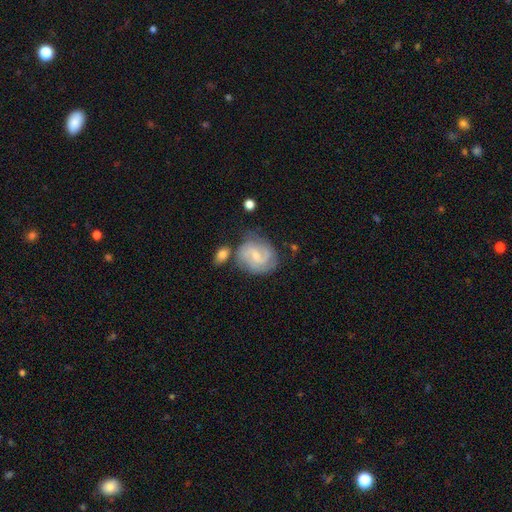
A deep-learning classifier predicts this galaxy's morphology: This is likely a featured or disk galaxy (75%). It is clearly not viewed edge-on (97%). Bar: possibly weak (58%). Spiral arm pattern: clearly yes (93%). Spiral arm count: possibly 2 (57%). Spiral winding: marginally medium (45%). Central bulge: possibly small (58%). Merging: likely none (62%).